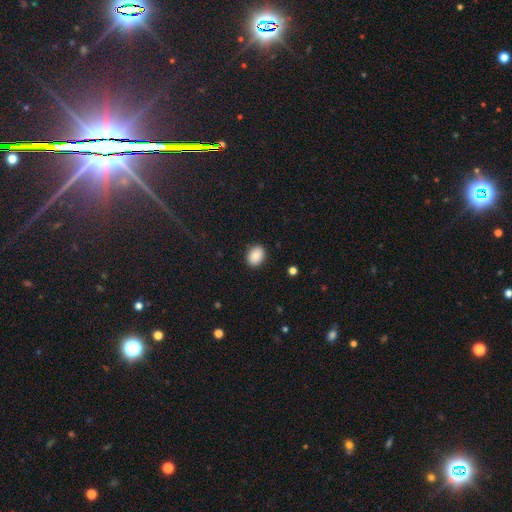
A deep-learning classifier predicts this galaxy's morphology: smooth-or-featured: smooth: 85% | star or artifact: 8% | featured or disk: 7%
  how-rounded: in between: 62% | round: 37% | cigar-shaped: 1%
  merging: none: 89% | minor disturbance: 8% | major disturbance: 2% | merger: 1%